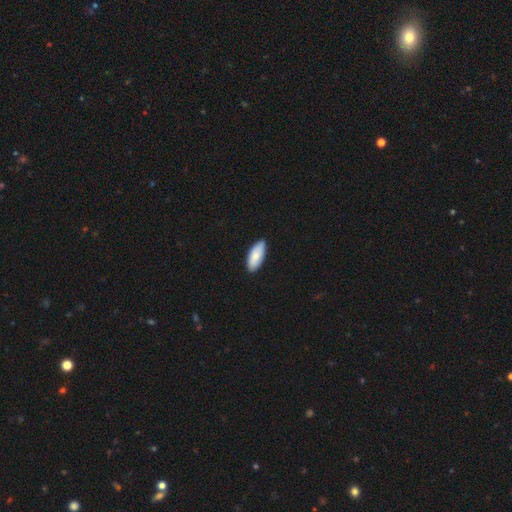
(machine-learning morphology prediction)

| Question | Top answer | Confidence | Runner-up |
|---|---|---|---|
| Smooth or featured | smooth | 81% | featured or disk (14%) |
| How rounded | in between | 87% | cigar-shaped (12%) |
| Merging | none | 87% | minor disturbance (10%) |